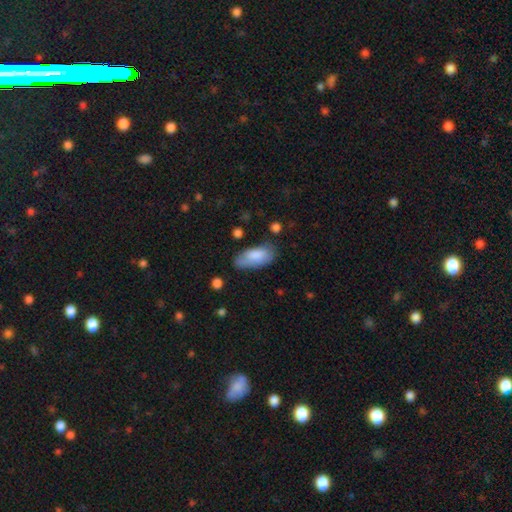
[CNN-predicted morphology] This appears to be a smooth galaxy with no disk features (81%) that is in between round and cigar-shaped (88%). Merging: none (56%).